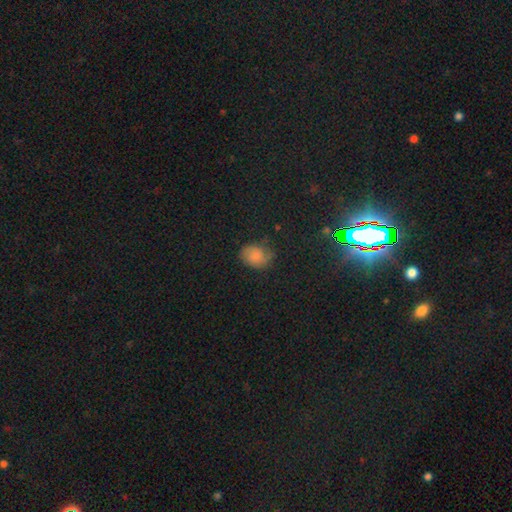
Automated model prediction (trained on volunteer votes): Q: Smooth or featured?
A: smooth (70%); runner-up: featured or disk (16%)
Q: How rounded?
A: in between (60%); runner-up: round (39%)
Q: Merging?
A: none (66%); runner-up: minor disturbance (24%)